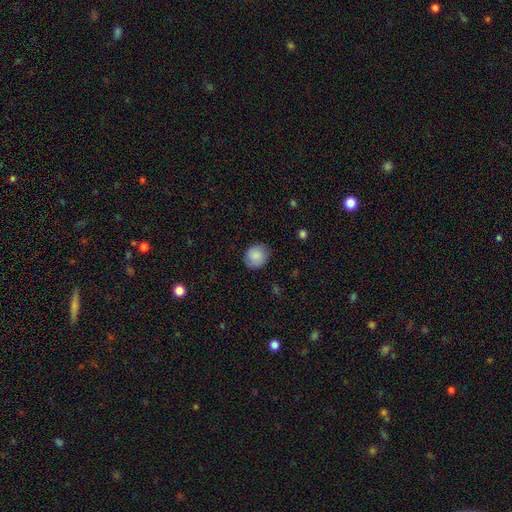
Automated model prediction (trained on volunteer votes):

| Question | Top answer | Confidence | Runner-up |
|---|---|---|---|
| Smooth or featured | smooth | 87% | star or artifact (7%) |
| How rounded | round | 69% | in between (30%) |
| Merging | none | 82% | minor disturbance (14%) |